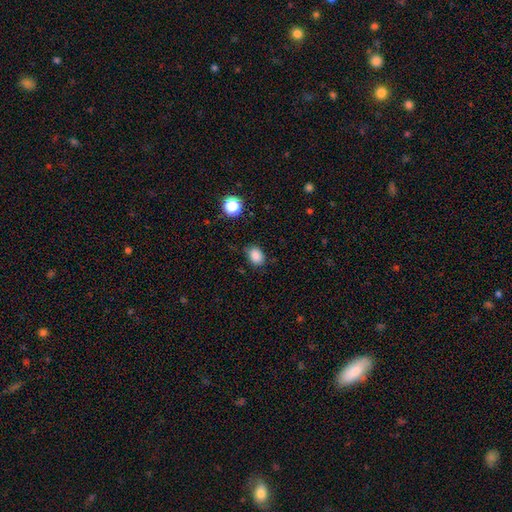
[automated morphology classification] A smooth galaxy with no disk features (85%) that is in between round and cigar-shaped (62%). Merging: none (76%).